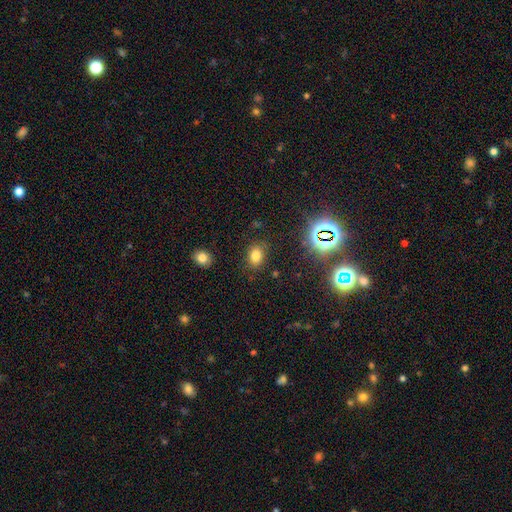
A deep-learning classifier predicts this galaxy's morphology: A smooth galaxy with no disk features (76%) that is in between round and cigar-shaped (72%). Merging: none (83%).